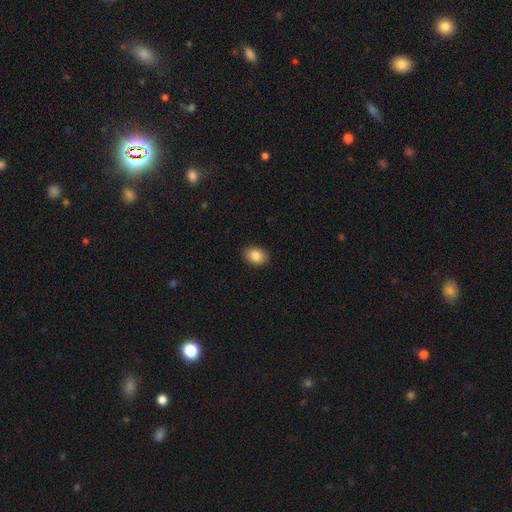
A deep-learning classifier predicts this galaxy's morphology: This appears to be a smooth galaxy with no disk features (85%) that is in between round and cigar-shaped (70%). Merging: none (90%).